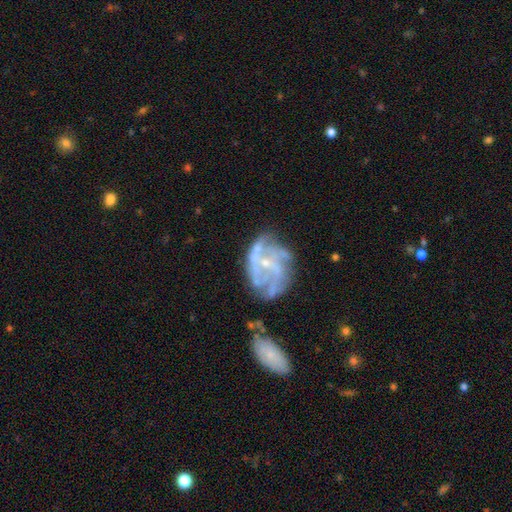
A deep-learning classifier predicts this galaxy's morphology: Smooth or featured? Predicted: featured or disk (p=0.81). Edge-on disk? Predicted: no (p=0.98). Bar? Predicted: no (p=0.64). Spiral arms? Predicted: yes (p=0.82). Spiral winding? Predicted: medium (p=0.44). Spiral arm count? Predicted: 3 (p=0.30). Bulge size? Predicted: small (p=0.64). Merging? Predicted: none (p=0.54).